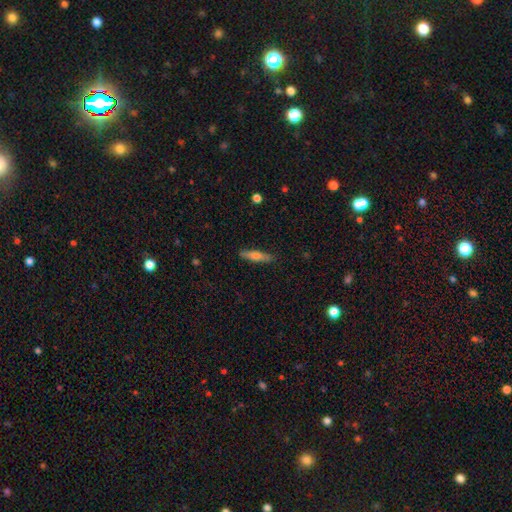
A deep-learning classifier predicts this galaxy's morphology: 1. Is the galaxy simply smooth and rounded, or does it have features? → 58% smooth, 36% featured or disk, 6% star or artifact.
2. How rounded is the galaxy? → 82% cigar-shaped, 17% in between, 2% round.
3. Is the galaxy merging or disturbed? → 88% none, 9% minor disturbance, 2% major disturbance, 1% merger.